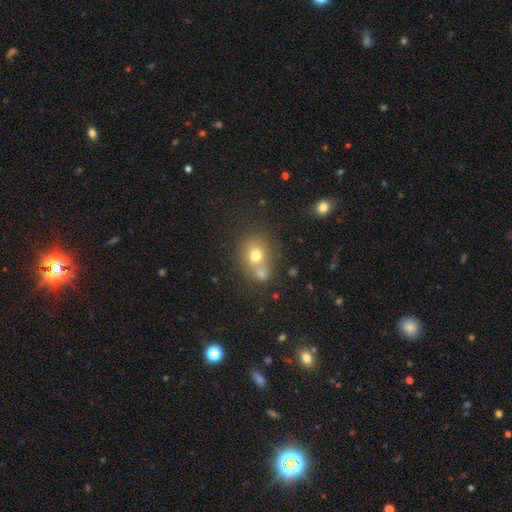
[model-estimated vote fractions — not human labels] This appears to be a smooth galaxy with no disk features (71%) that is round (72%). Merging: merger (45%).